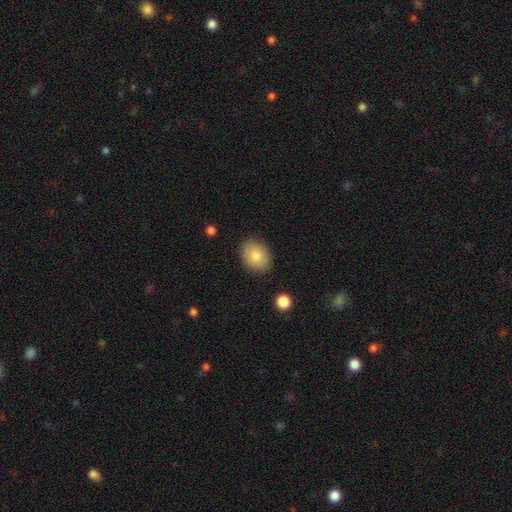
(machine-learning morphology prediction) smooth_or_featured: smooth (p=0.82) [alt: featured or disk p=0.10]
how_rounded: in between (p=0.61) [alt: round p=0.38]
merging: none (p=0.87) [alt: minor disturbance p=0.09]